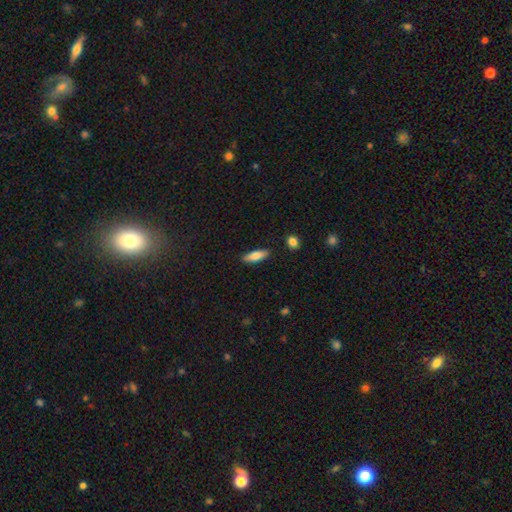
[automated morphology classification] Smooth or featured: smooth — 80% (featured or disk — 14%)
How rounded: in between — 53% (cigar-shaped — 45%)
Merging: none — 87% (minor disturbance — 9%)